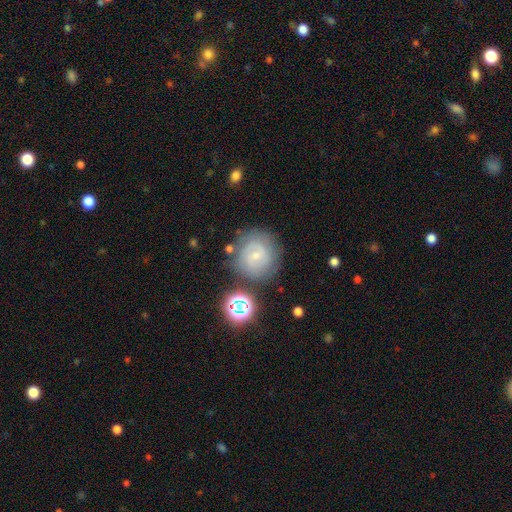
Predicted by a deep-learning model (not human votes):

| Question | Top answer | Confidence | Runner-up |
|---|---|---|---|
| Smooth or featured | featured or disk | 47% | smooth (40%) |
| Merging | none | 71% | minor disturbance (16%) |